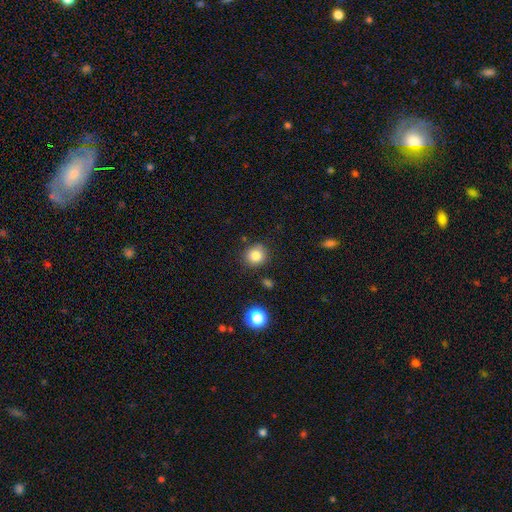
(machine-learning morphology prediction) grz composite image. It shows a smooth galaxy with no disk features (83%) that is round (87%). Merging: none (85%).